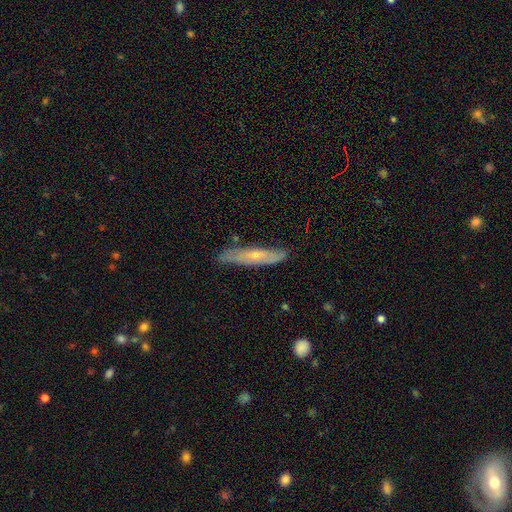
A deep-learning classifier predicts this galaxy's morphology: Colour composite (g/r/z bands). It shows a featured or disk galaxy (56%) viewed edge-on (66%). Merging: none (79%).